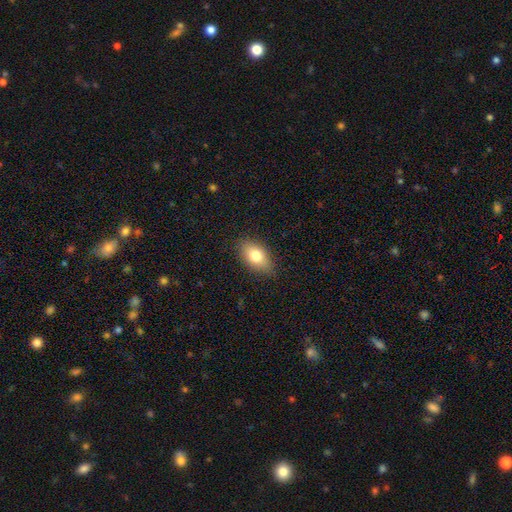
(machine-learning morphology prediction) smooth-or-featured: smooth: 79% | featured or disk: 13% | star or artifact: 8%
  how-rounded: in between: 89% | round: 8% | cigar-shaped: 4%
  merging: none: 85% | minor disturbance: 12% | major disturbance: 2% | merger: 1%